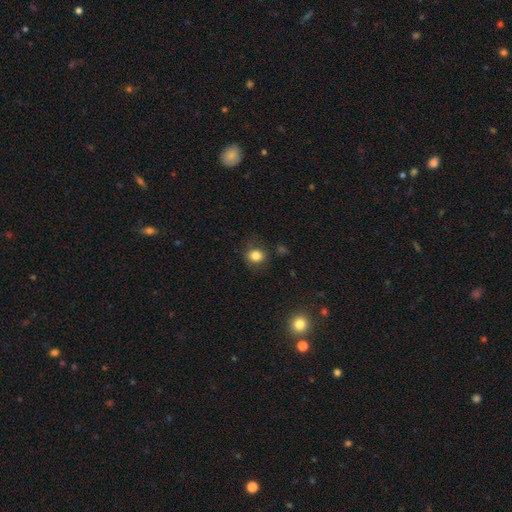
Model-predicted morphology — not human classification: Smooth or featured: smooth — 81% (star or artifact — 11%)
How rounded: round — 62% (in between — 37%)
Merging: none — 76% (minor disturbance — 16%)